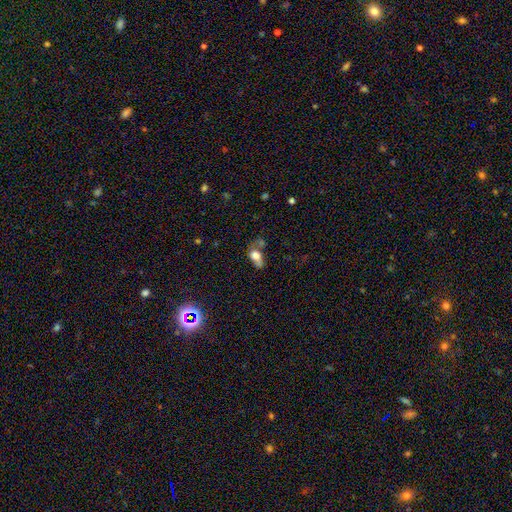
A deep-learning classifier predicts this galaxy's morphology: The model was most divided on "merging": none: 29%, major disturbance: 26%, minor disturbance: 23%, merger: 22%. More confident: how rounded — in between (76%); smooth or featured — smooth (65%).